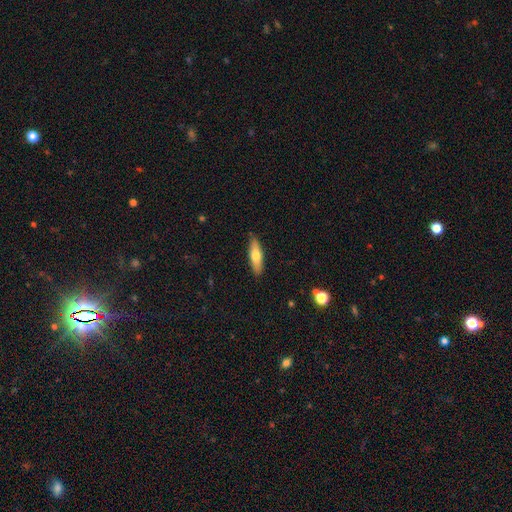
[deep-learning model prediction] Morphology: type=smooth (66%); roundness=cigar-shaped (56%); merging=none (87%).